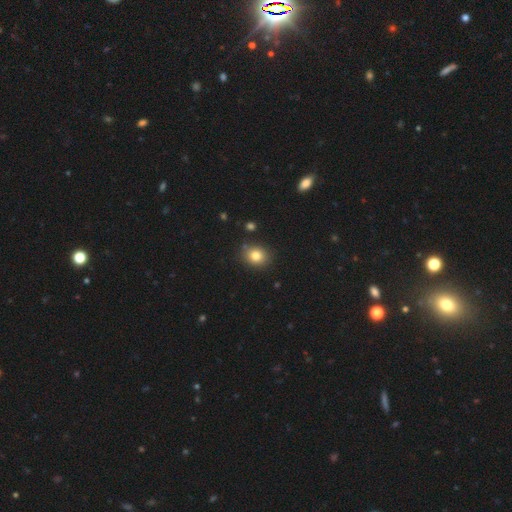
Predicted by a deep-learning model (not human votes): Q: Smooth or featured?
A: smooth (81%); runner-up: star or artifact (11%)
Q: How rounded?
A: round (62%); runner-up: in between (37%)
Q: Merging?
A: none (85%); runner-up: minor disturbance (10%)